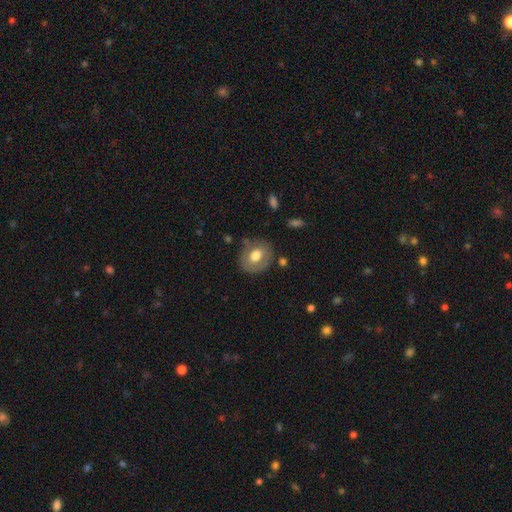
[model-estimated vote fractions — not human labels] smooth_or_featured: smooth (p=0.62) [alt: featured or disk p=0.31]
how_rounded: round (p=0.63) [alt: in between p=0.36]
merging: none (p=0.72) [alt: minor disturbance p=0.18]